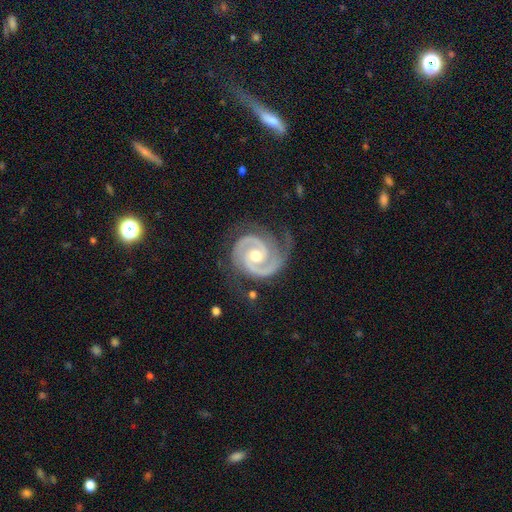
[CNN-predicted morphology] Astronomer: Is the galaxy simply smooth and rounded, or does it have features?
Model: featured or disk — 94%.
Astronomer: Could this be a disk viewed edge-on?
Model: no — 98%.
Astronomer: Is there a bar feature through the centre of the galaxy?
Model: no — 61%.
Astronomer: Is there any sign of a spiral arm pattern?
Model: yes — 99%.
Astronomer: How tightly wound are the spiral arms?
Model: tight — 61%.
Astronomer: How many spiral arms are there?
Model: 2 — 90%.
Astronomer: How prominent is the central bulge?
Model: moderate — 73%.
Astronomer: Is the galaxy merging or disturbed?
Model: none — 73%.